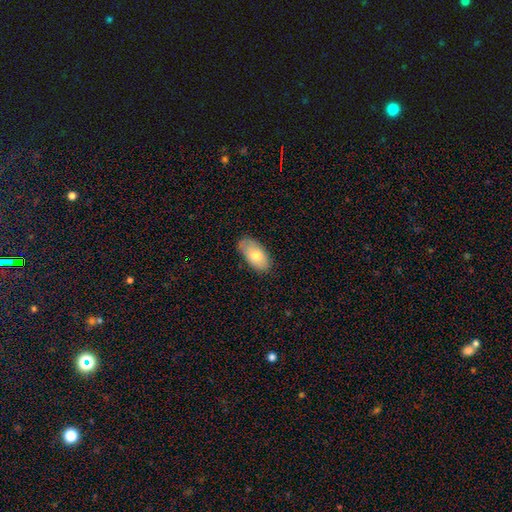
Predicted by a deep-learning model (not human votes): smooth_or_featured: smooth (p=0.74) [alt: featured or disk p=0.20]
how_rounded: in between (p=0.94) [alt: round p=0.03]
merging: none (p=0.78) [alt: minor disturbance p=0.17]